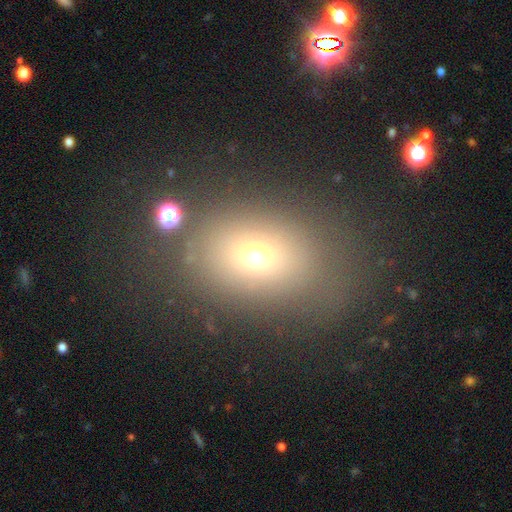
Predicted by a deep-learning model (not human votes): Overall: smooth (67%). How rounded: in between (61%; round 37%). Merging: none (72%).